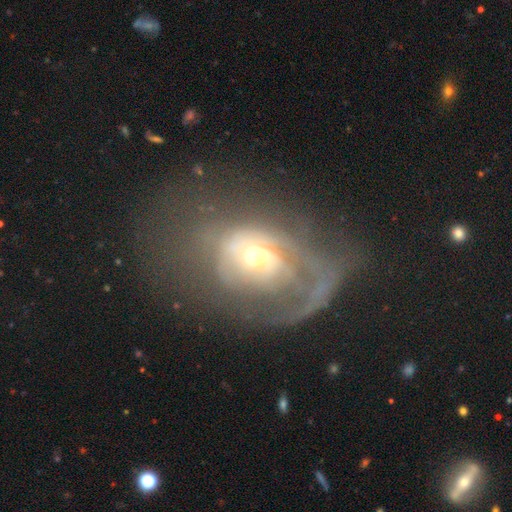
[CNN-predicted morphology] smooth_or_featured: featured or disk (p=0.69) [alt: smooth p=0.22]
disk_edge_on: no (p=0.95) [alt: yes p=0.05]
bar: no (p=0.71) [alt: weak p=0.22]
has_spiral_arms: yes (p=0.61) [alt: no p=0.39]
bulge_size: moderate (p=0.53) [alt: small p=0.37]
merging: major disturbance (p=0.48) [alt: none p=0.29]